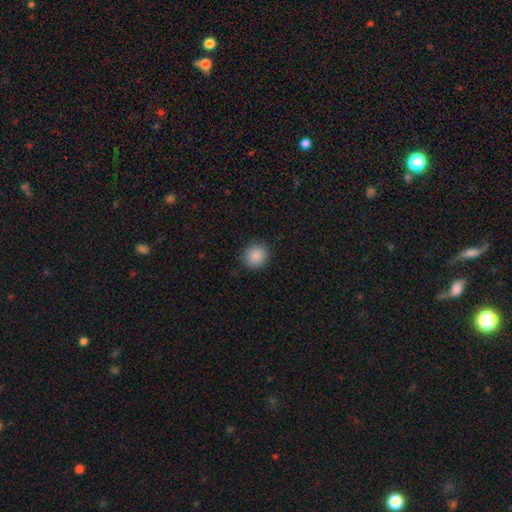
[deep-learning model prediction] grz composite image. It shows a smooth galaxy with no disk features (88%) that is round (88%). Merging: none (89%).